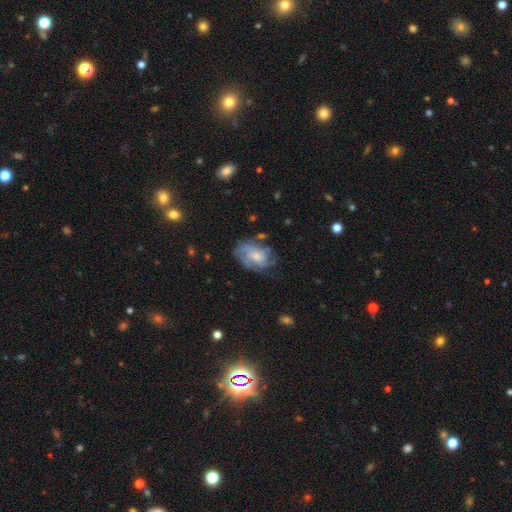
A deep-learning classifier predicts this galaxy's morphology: Overall: featured or disk (74%). Edge-on disk: no (97%). Bar: no (65%; weak 31%). Spiral arms: yes (88%). Spiral arm count: can't tell (40%; 3 21%). Spiral winding: tight (49%; medium 37%). Bulge size: moderate (46%; small 36%). Merging: none (60%; minor disturbance 23%).